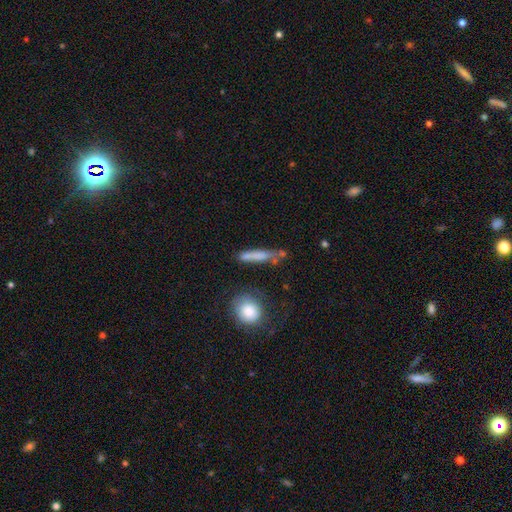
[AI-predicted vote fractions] Smooth or featured? Predicted: smooth (p=0.69). How rounded? Predicted: cigar-shaped (p=0.84). Merging? Predicted: none (p=0.61).